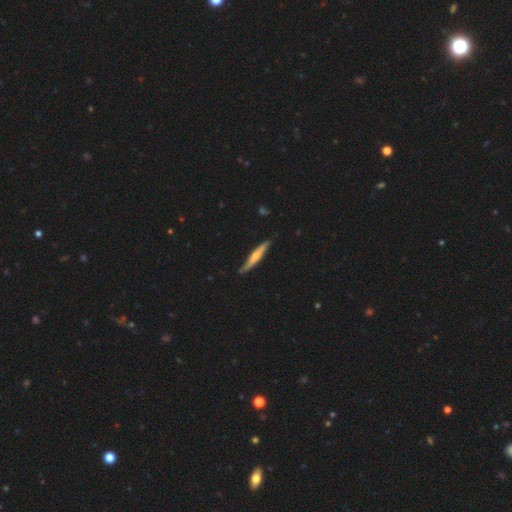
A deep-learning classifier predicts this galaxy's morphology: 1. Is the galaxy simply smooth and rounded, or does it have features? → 60% featured or disk, 35% smooth, 5% star or artifact.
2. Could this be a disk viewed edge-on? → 92% yes, 8% no.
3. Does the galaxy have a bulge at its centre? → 78% rounded, 15% none, 7% boxy.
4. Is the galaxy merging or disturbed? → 79% none, 17% minor disturbance, 2% major disturbance, 2% merger.